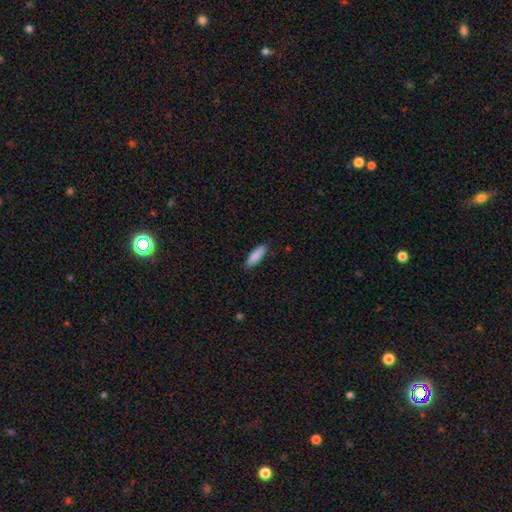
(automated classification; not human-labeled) This appears to be a smooth galaxy with no disk features (88%) that is cigar-shaped (51%). Merging: none (87%).